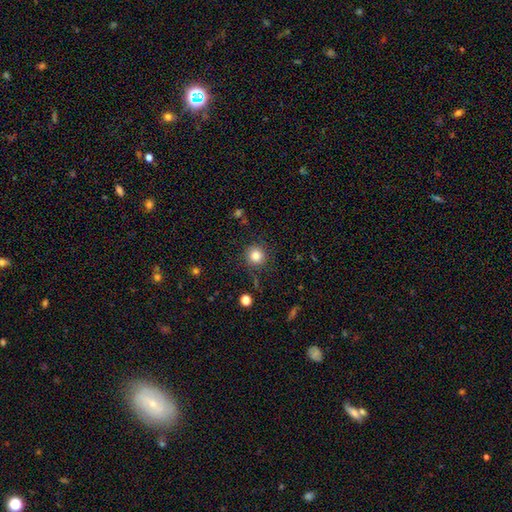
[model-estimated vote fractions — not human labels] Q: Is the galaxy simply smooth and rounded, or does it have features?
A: smooth — 83%.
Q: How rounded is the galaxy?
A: round — 93%.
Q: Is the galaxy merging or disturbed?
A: none — 86%.